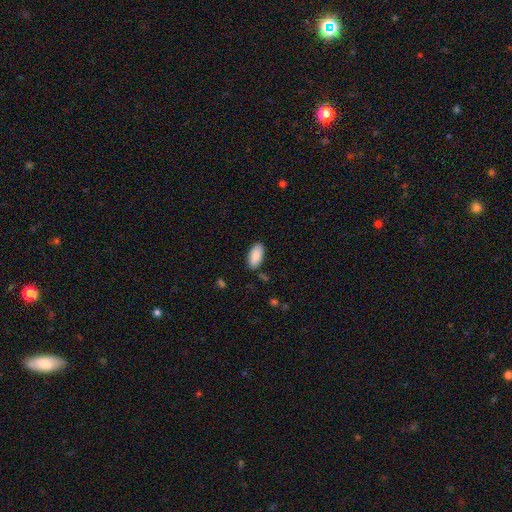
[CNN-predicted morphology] Smooth or featured: smooth — 89% (star or artifact — 6%)
How rounded: in between — 93% (cigar-shaped — 5%)
Merging: none — 86% (minor disturbance — 10%)